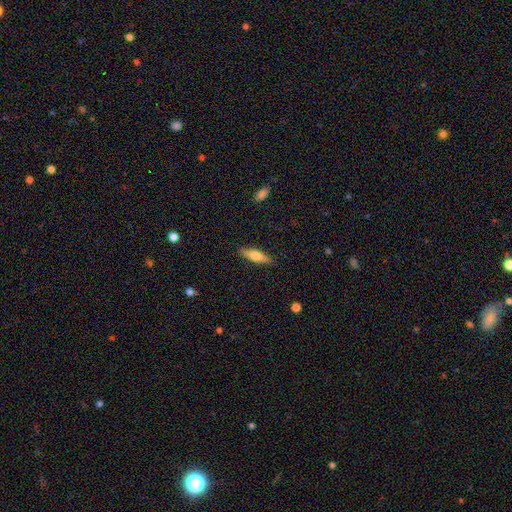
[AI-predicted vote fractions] A smooth galaxy with no disk features (65%) that is cigar-shaped (61%). Merging: none (87%).